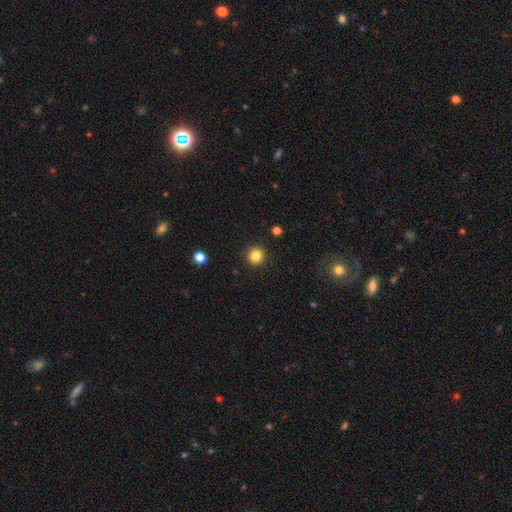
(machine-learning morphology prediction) smooth_or_featured: smooth (p=0.85) [alt: star or artifact p=0.11]
how_rounded: round (p=0.94) [alt: in between p=0.05]
merging: none (p=0.92) [alt: minor disturbance p=0.05]